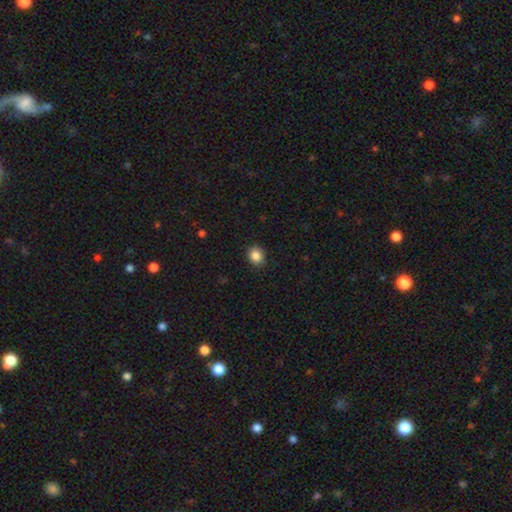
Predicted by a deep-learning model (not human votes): A smooth galaxy with no disk features (87%) that is round (71%). Merging: none (89%).